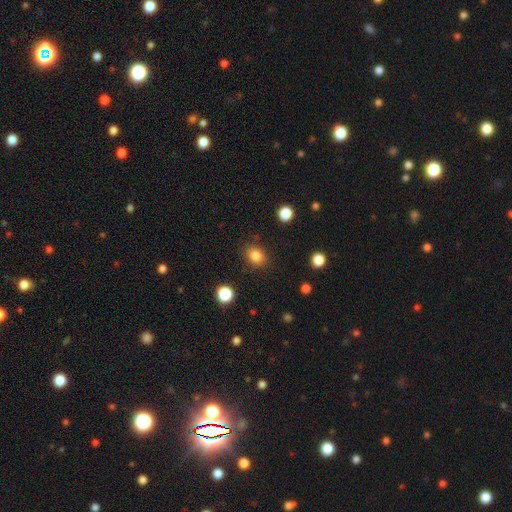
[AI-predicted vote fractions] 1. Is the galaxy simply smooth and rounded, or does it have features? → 84% smooth, 11% star or artifact, 5% featured or disk.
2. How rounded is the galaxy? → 55% round, 44% in between, 1% cigar-shaped.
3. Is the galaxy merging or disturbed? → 85% none, 10% minor disturbance, 3% major disturbance, 2% merger.